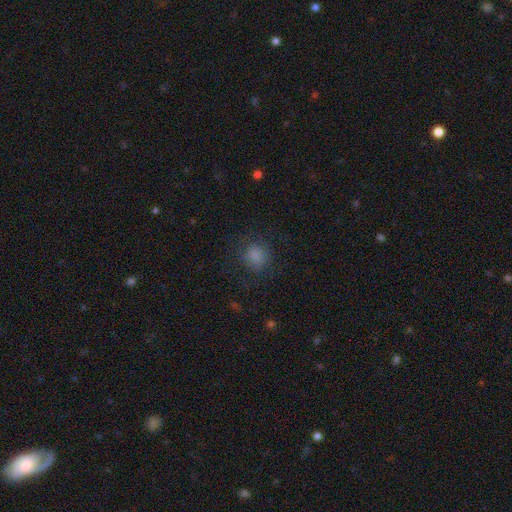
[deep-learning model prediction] Smooth or featured? smooth (82%)
How rounded? round (83%)
Merging? none (78%)